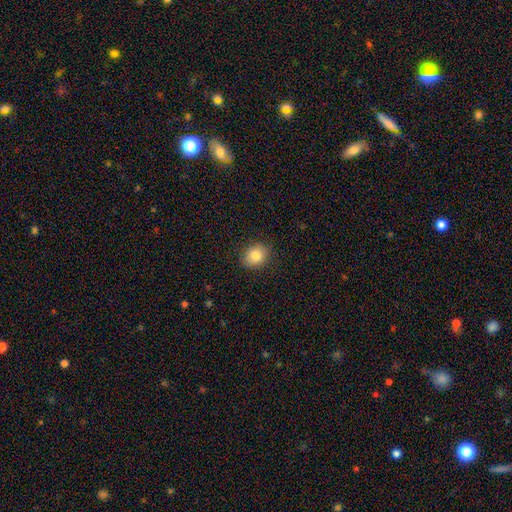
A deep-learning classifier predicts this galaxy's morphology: smooth_or_featured: smooth (p=0.83) [alt: star or artifact p=0.09]
how_rounded: round (p=0.57) [alt: in between p=0.42]
merging: none (p=0.88) [alt: minor disturbance p=0.09]